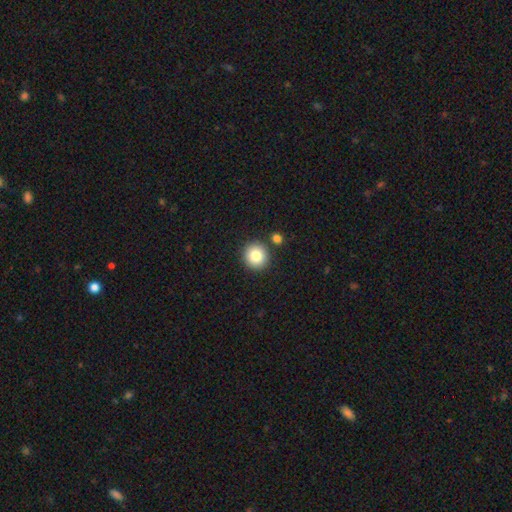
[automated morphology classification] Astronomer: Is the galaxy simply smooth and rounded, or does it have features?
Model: smooth — 83%.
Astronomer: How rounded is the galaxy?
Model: round — 93%.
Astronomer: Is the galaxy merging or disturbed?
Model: none — 84%.